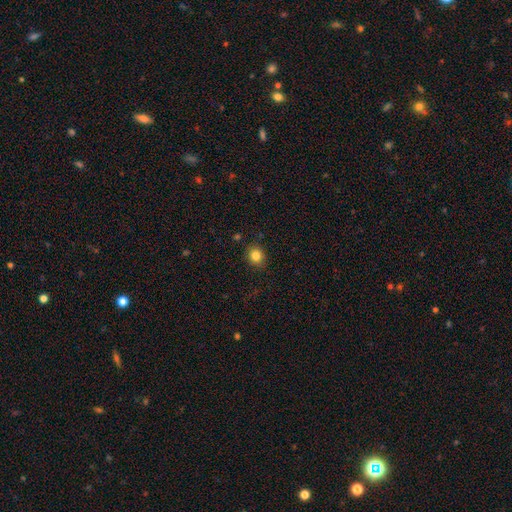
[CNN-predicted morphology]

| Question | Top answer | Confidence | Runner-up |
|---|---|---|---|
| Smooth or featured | smooth | 83% | star or artifact (11%) |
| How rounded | round | 77% | in between (22%) |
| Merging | none | 89% | minor disturbance (8%) |